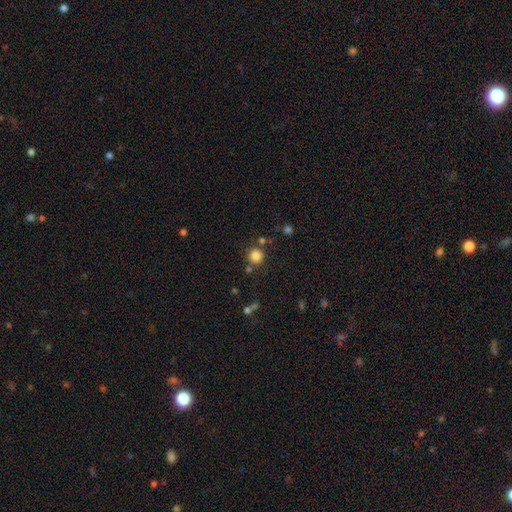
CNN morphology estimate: A smooth galaxy with no disk features (83%) that is round (94%).

Vote fractions:
- Smooth or featured? smooth: 83% / star or artifact: 12% / featured or disk: 5%
- How rounded? round: 94% / in between: 5% / cigar-shaped: 1%
- Merging? none: 82% / merger: 8% / minor disturbance: 8% / major disturbance: 3%